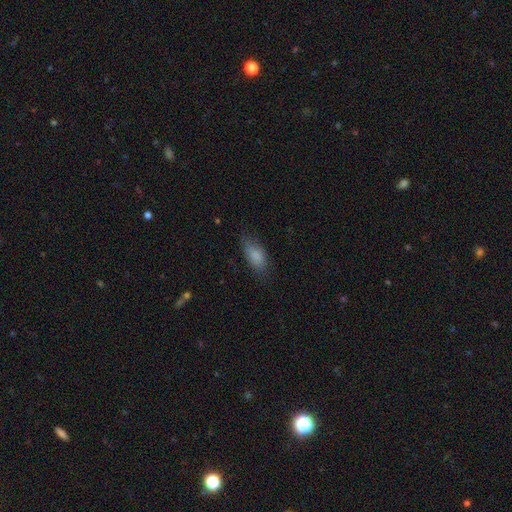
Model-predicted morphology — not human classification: Smooth or featured? smooth (84%)
How rounded? in between (87%)
Merging? none (71%)